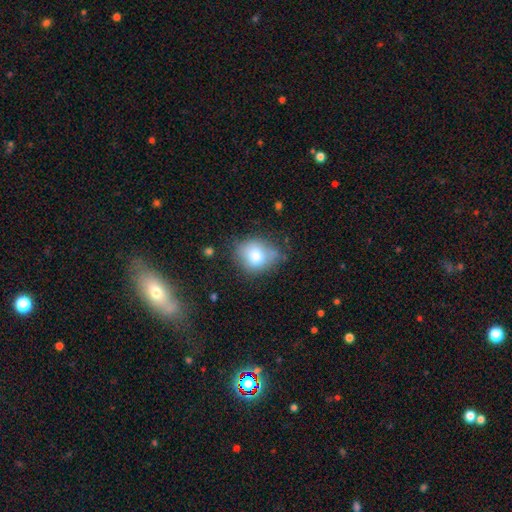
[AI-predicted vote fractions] A smooth galaxy with no disk features (76%) that is round (57%).

Vote fractions:
- Smooth or featured? smooth: 76% / featured or disk: 14% / star or artifact: 9%
- How rounded? round: 57% / in between: 42% / cigar-shaped: 1%
- Merging? none: 59% / minor disturbance: 29% / major disturbance: 9% / merger: 3%